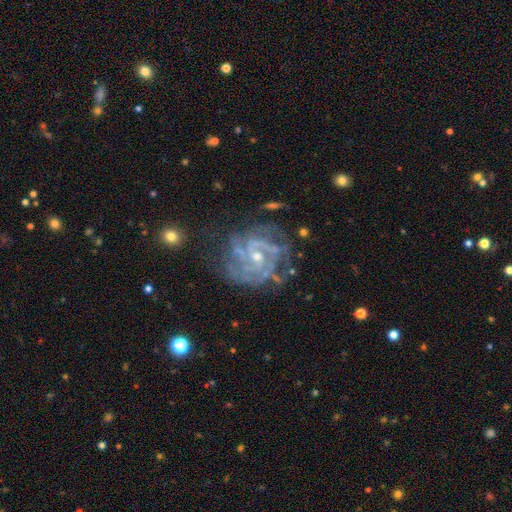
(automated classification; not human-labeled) featured or disk 89%, star or artifact 6%, smooth 5%. Down the decision tree: edge-on disk — no (98%); bar — no (53%); spiral arms — yes (96%); spiral arm count — 2 (26%, tied with 3); spiral winding — tight (61%); bulge size — small (55%); merging — none (62%).